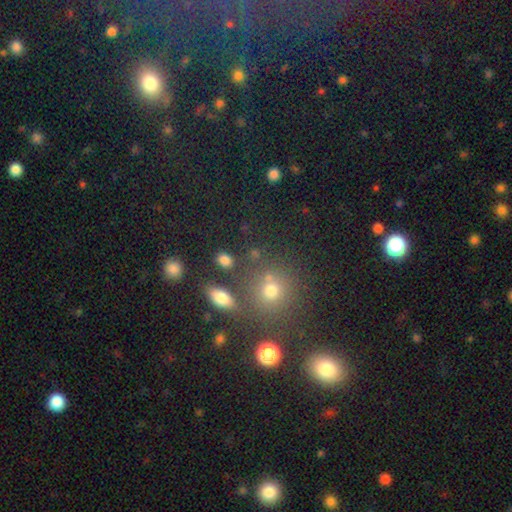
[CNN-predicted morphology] Q: Smooth or featured?
A: smooth (64%); runner-up: star or artifact (25%)
Q: How rounded?
A: round (75%); runner-up: in between (22%)
Q: Merging?
A: none (72%); runner-up: merger (13%)